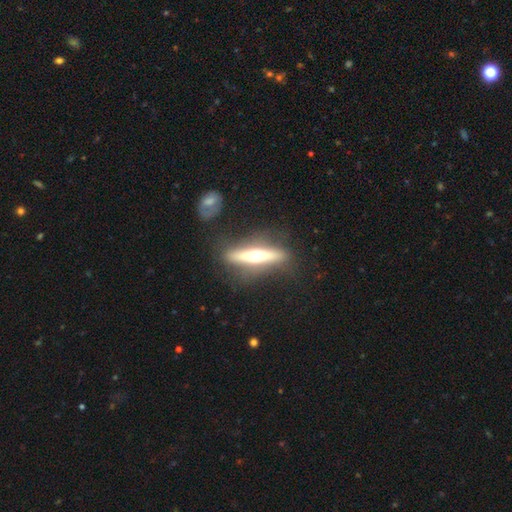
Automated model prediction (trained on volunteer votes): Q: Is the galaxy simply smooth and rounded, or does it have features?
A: featured or disk — 65%.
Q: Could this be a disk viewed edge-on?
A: yes — 89%.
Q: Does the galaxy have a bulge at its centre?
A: rounded — 93%.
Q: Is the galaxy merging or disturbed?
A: none — 80%.